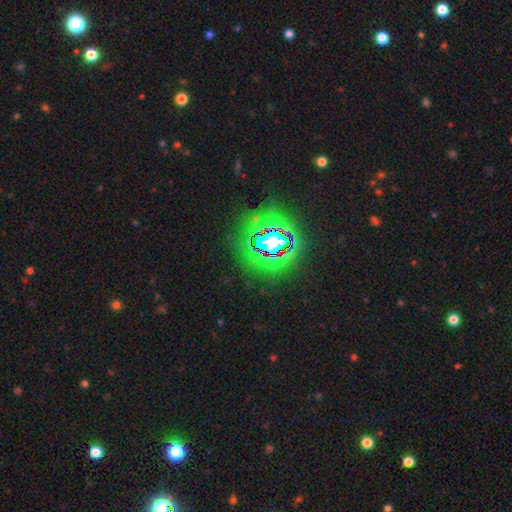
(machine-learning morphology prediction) type=star or artifact (84%).